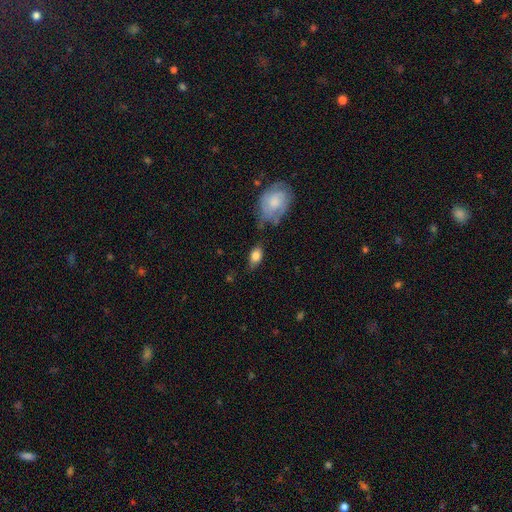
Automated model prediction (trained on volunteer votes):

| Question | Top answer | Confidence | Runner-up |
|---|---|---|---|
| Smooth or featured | smooth | 78% | featured or disk (15%) |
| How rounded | in between | 85% | round (11%) |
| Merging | none | 65% | minor disturbance (23%) |